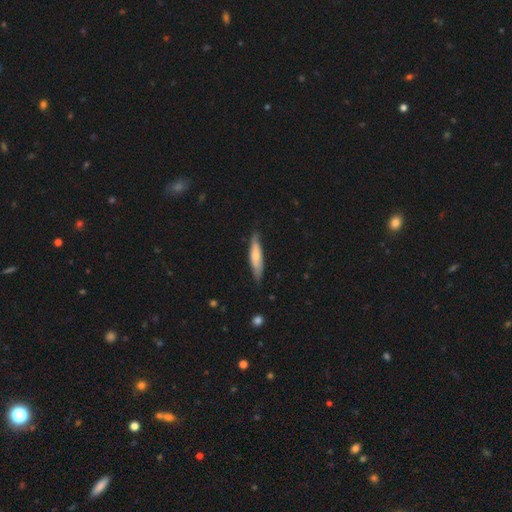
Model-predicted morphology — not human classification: The model was most divided on "smooth or featured": smooth: 62%, featured or disk: 32%, star or artifact: 5%. More confident: how rounded — cigar-shaped (77%); merging — none (75%).